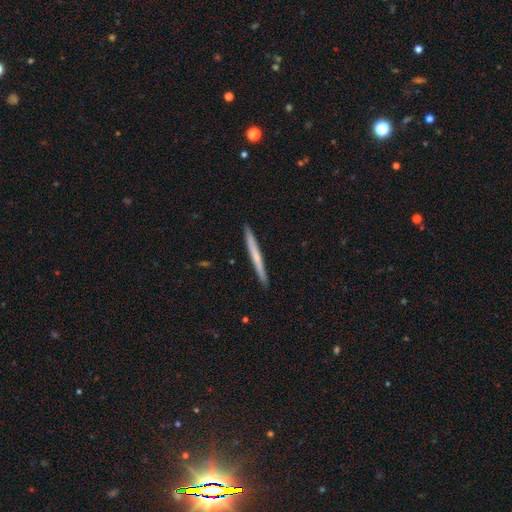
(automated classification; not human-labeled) smooth_or_featured: smooth (p=0.51) [alt: featured or disk p=0.43]
how_rounded: cigar-shaped (p=0.97) [alt: in between p=0.02]
merging: none (p=0.93) [alt: minor disturbance p=0.05]